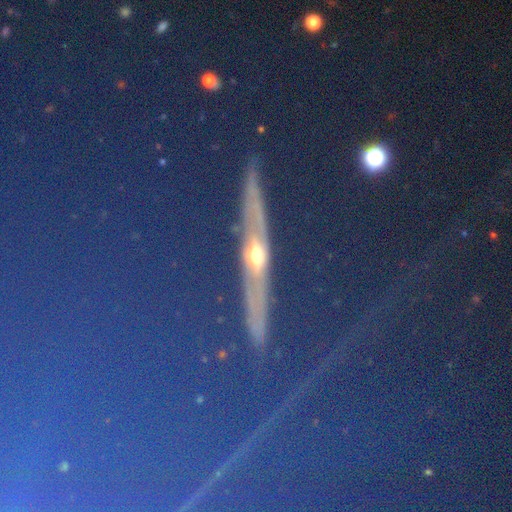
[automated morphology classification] Q: Smooth or featured?
A: star or artifact (44%); runner-up: featured or disk (31%)